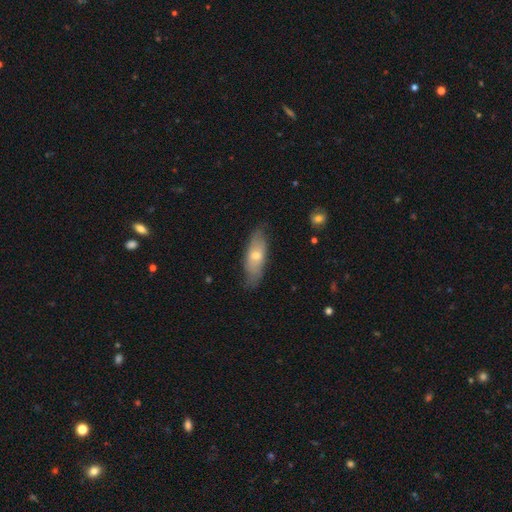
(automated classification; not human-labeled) This is possibly a smooth galaxy (52%). How rounded: possibly in between (59%). Merging: likely none (76%).